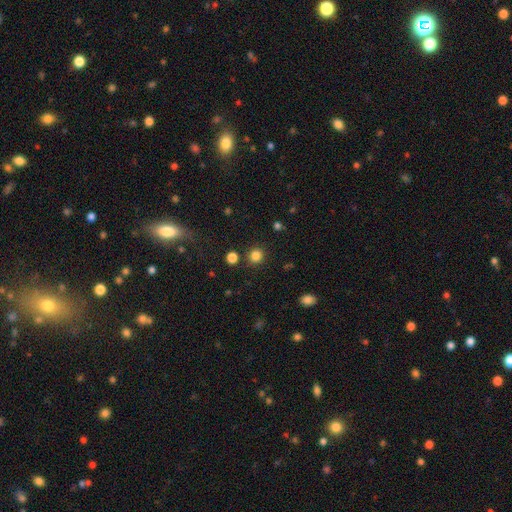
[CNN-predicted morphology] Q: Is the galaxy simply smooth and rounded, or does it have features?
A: smooth — 82%.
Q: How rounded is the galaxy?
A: round — 92%.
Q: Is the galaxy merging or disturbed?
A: none — 87%.